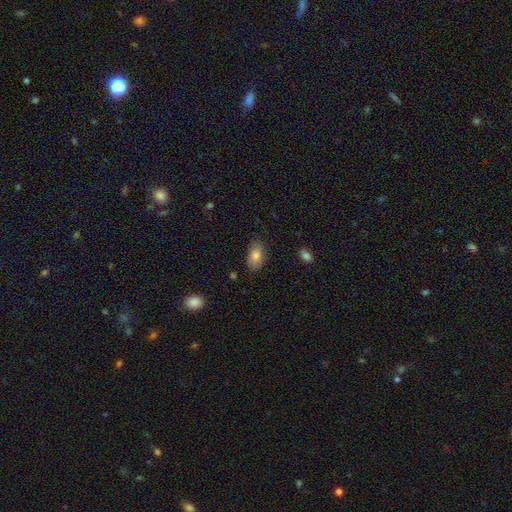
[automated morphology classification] smooth_or_featured: smooth (p=0.80) [alt: featured or disk p=0.12]
how_rounded: in between (p=0.92) [alt: round p=0.06]
merging: none (p=0.79) [alt: minor disturbance p=0.17]